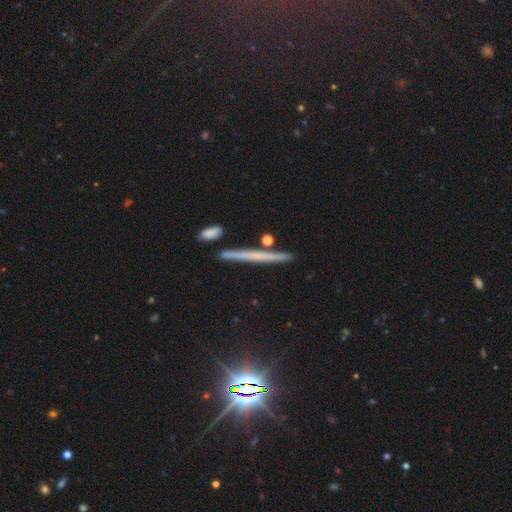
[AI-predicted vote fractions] Smooth or featured? Predicted: featured or disk (p=0.49). Merging? Predicted: none (p=0.80).